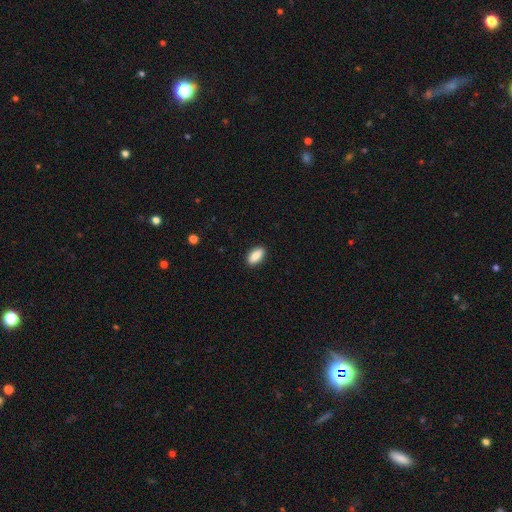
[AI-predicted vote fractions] smooth 88%, star or artifact 7%, featured or disk 6%. Down the decision tree: how rounded — in between (88%); merging — none (90%).